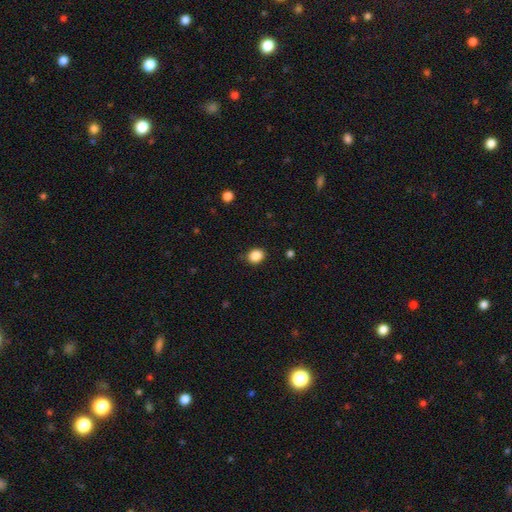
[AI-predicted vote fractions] Smooth or featured: smooth — 87% (star or artifact — 9%)
How rounded: round — 57% (in between — 42%)
Merging: none — 85% (minor disturbance — 12%)